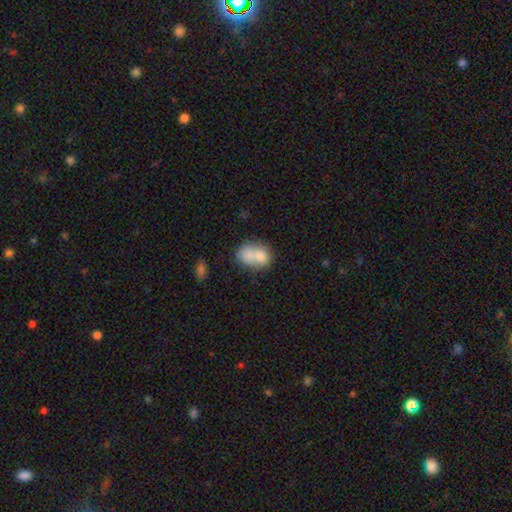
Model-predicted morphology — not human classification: smooth_or_featured: smooth (p=0.73) [alt: featured or disk p=0.19]
how_rounded: in between (p=0.57) [alt: round p=0.42]
merging: merger (p=0.60) [alt: none p=0.26]